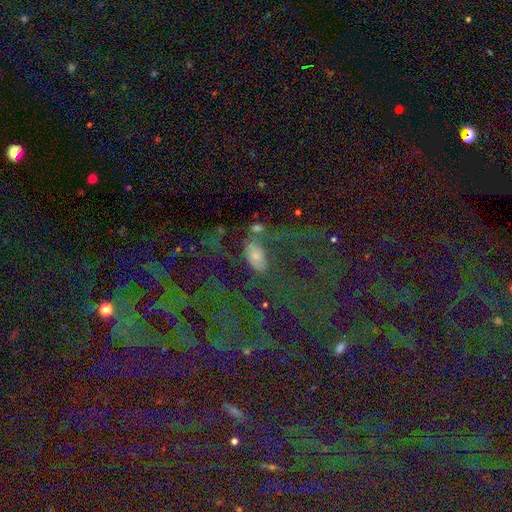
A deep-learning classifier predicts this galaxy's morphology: smooth-or-featured: smooth: 40% | star or artifact: 35% | featured or disk: 25%
  merging: none: 55% | minor disturbance: 19% | major disturbance: 16% | merger: 10%